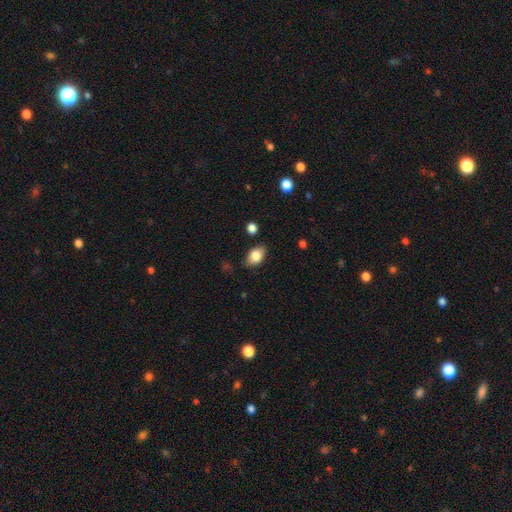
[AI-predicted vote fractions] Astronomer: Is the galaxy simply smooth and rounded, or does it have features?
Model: smooth — 81%.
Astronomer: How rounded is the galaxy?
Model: in between — 87%.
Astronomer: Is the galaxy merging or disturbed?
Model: none — 79%.